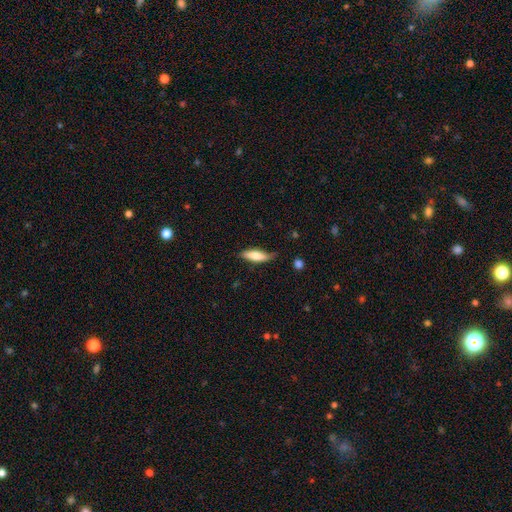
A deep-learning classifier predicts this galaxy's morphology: This is likely a smooth galaxy (74%). How rounded: possibly in between (53%). Merging: likely none (67%).